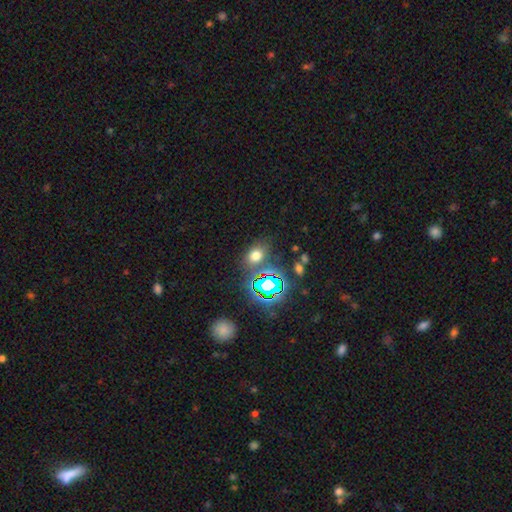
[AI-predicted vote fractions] Smooth or featured? Predicted: smooth (p=0.59). How rounded? Predicted: in between (p=0.61). Merging? Predicted: none (p=0.74).